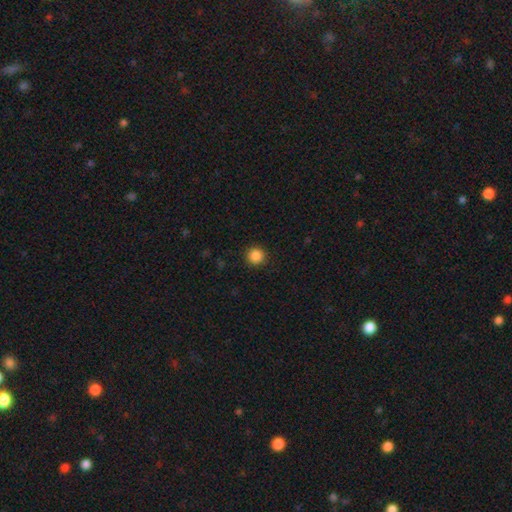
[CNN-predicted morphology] This appears to be a smooth galaxy with no disk features (87%) that is round (95%). Merging: none (92%).